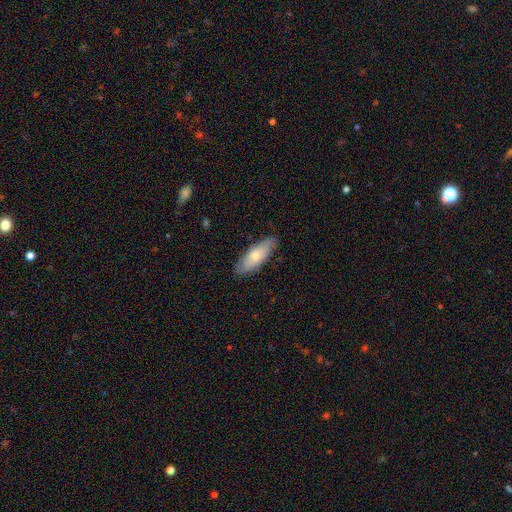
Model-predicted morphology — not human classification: smooth_or_featured: smooth (p=0.69) [alt: featured or disk p=0.26]
how_rounded: in between (p=0.69) [alt: cigar-shaped p=0.29]
merging: none (p=0.83) [alt: minor disturbance p=0.14]